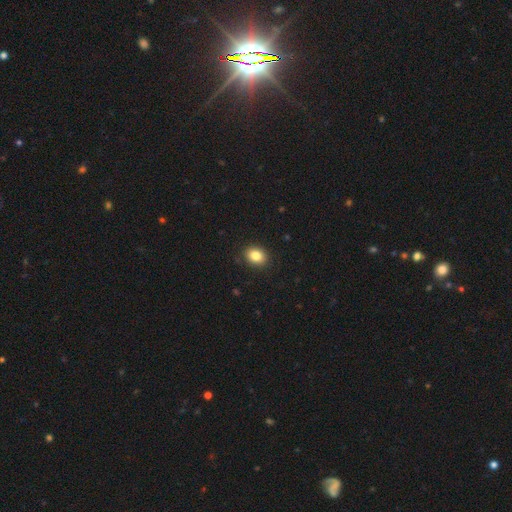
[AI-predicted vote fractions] Overall: smooth (84%). How rounded: in between (54%; round 45%). Merging: none (89%).